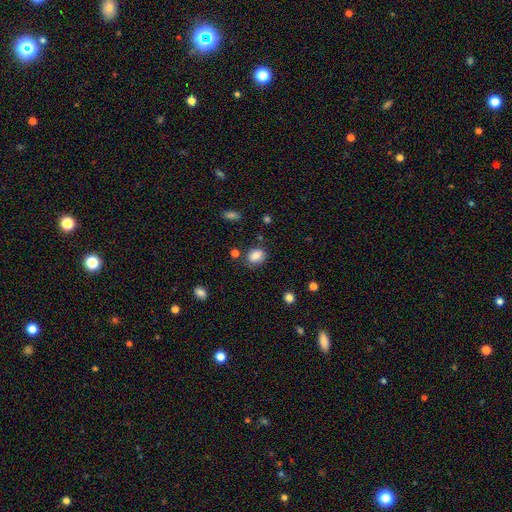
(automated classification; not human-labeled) smooth_or_featured: smooth (p=0.82) [alt: star or artifact p=0.10]
how_rounded: in between (p=0.57) [alt: round p=0.42]
merging: none (p=0.76) [alt: minor disturbance p=0.15]